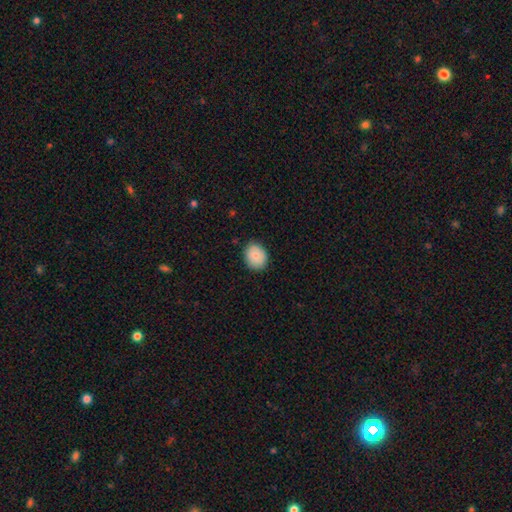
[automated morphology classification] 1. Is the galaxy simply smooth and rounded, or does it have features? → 83% smooth, 10% featured or disk, 7% star or artifact.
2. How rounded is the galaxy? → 52% round, 47% in between, 1% cigar-shaped.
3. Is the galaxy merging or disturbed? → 86% none, 11% minor disturbance, 2% major disturbance, 1% merger.